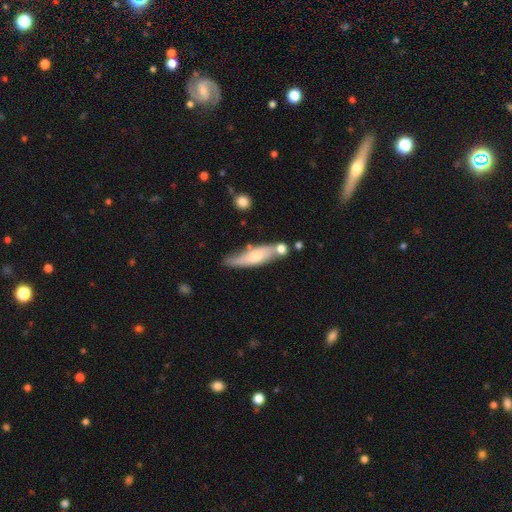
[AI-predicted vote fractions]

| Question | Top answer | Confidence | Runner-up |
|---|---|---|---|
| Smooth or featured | smooth | 56% | featured or disk (39%) |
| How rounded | cigar-shaped | 65% | in between (32%) |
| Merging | none | 51% | minor disturbance (23%) |